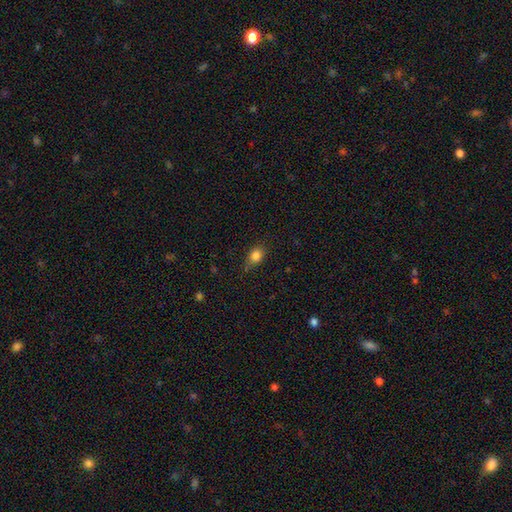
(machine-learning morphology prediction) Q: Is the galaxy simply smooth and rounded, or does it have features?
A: smooth — 83%.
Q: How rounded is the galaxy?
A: in between — 58%.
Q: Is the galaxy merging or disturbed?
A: none — 69%.